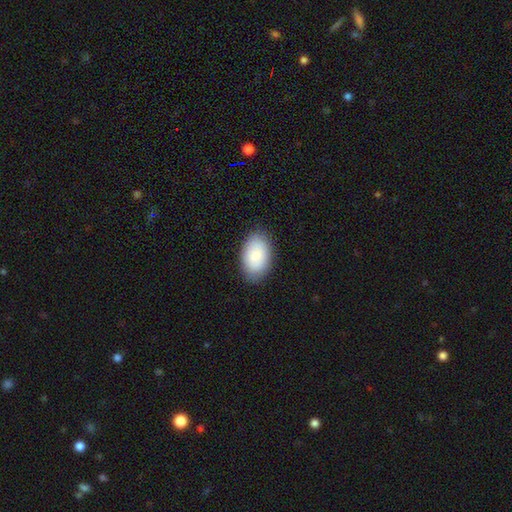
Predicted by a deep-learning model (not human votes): This appears to be a smooth galaxy with no disk features (85%) that is in between round and cigar-shaped (92%). Merging: none (85%).